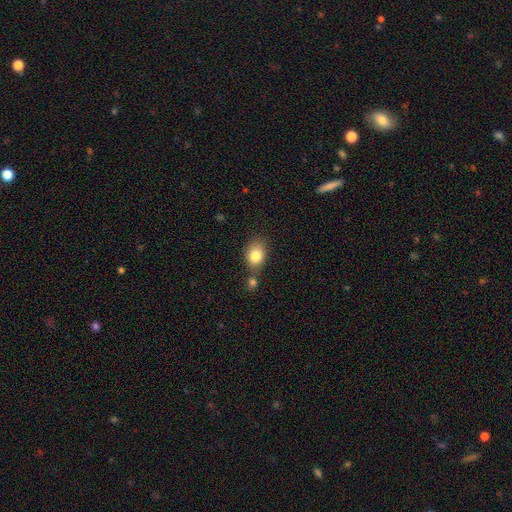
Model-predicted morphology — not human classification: smooth-or-featured: smooth: 82% | star or artifact: 9% | featured or disk: 9%
  how-rounded: in between: 59% | round: 40% | cigar-shaped: 1%
  merging: none: 61% | merger: 20% | minor disturbance: 15% | major disturbance: 4%